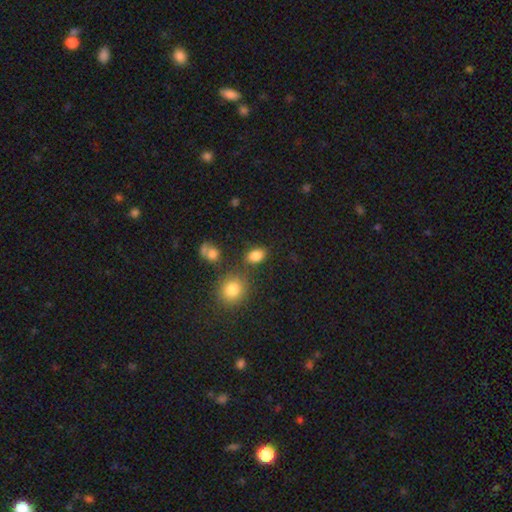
Overall: smooth (87%). How rounded: in between (65%; round 35%). Merging: none (56%; minor disturbance 25%).